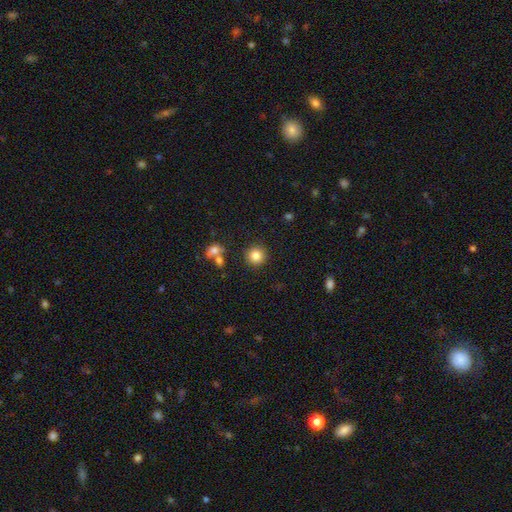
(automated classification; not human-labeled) Smooth or featured?
  - smooth: 83% *
  - star or artifact: 11%
  - featured or disk: 6%
How rounded?
  - round: 93% *
  - in between: 6%
  - cigar-shaped: 1%
Merging?
  - none: 87% *
  - minor disturbance: 7%
  - merger: 4%
  - major disturbance: 3%